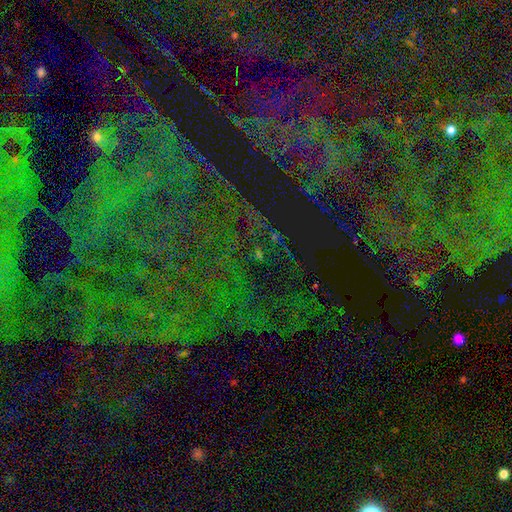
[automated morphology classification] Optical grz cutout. It shows a star or artifact, not a galaxy (79%).